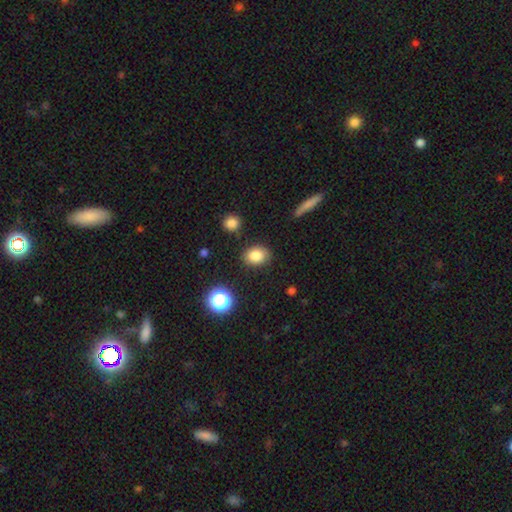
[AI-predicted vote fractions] A smooth galaxy with no disk features (83%) that is in between round and cigar-shaped (58%). Merging: none (84%).